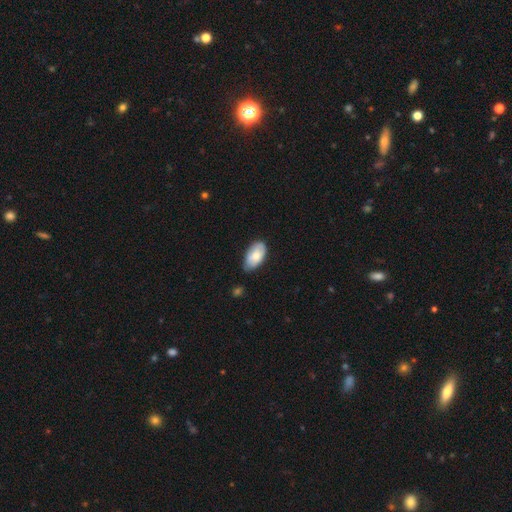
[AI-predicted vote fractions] Smooth or featured: smooth — 74% (featured or disk — 20%)
How rounded: in between — 94% (round — 4%)
Merging: none — 60% (minor disturbance — 33%)